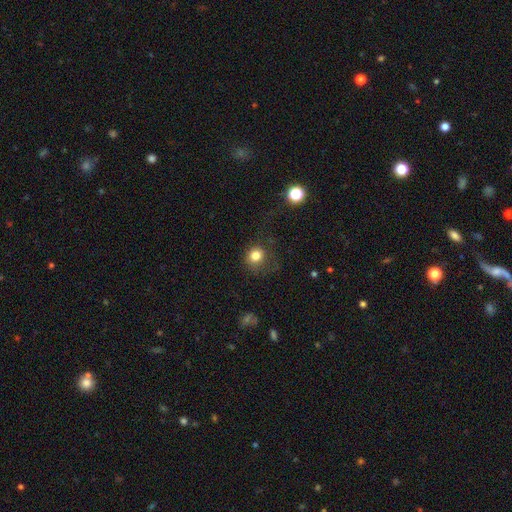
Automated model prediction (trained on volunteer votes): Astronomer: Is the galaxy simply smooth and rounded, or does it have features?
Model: smooth — 81%.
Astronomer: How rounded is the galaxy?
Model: round — 84%.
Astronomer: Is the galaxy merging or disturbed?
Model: none — 64%.